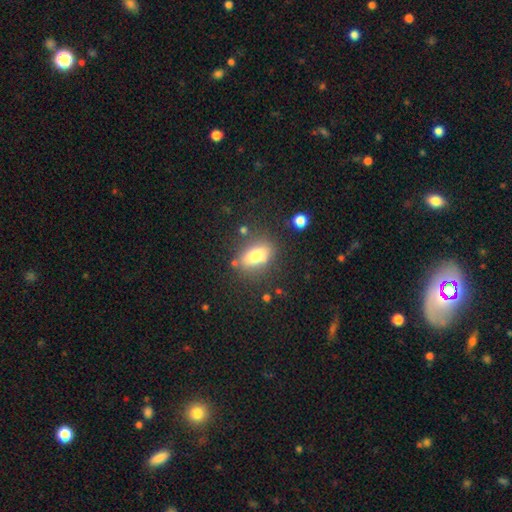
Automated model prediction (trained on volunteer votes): Morphology: type=smooth (70%); roundness=in between (77%); merging=none (75%).